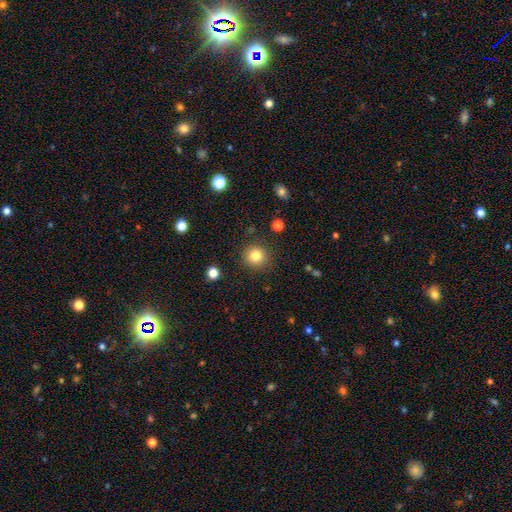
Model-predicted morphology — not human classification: Q: Smooth or featured?
A: smooth (82%); runner-up: star or artifact (11%)
Q: How rounded?
A: round (93%); runner-up: in between (6%)
Q: Merging?
A: none (89%); runner-up: minor disturbance (7%)